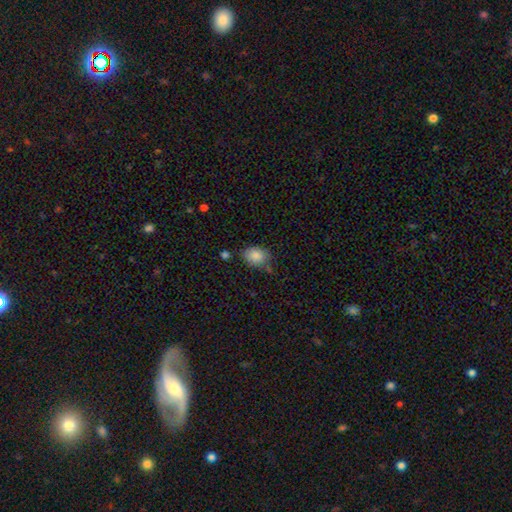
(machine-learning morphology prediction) A smooth galaxy with no disk features (85%) that is in between round and cigar-shaped (62%). Merging: none (70%).